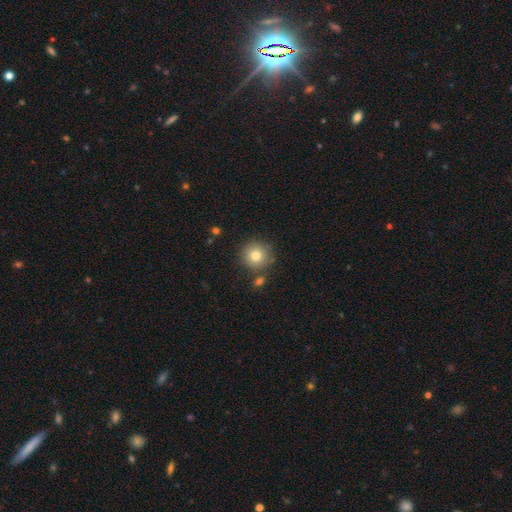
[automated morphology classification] Smooth or featured? Predicted: smooth (p=0.80). How rounded? Predicted: round (p=0.94). Merging? Predicted: none (p=0.82).